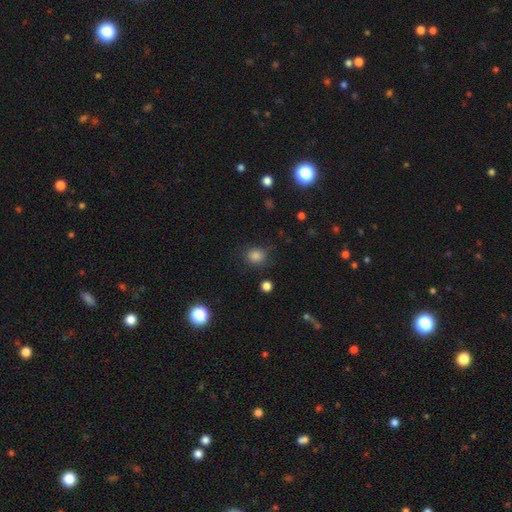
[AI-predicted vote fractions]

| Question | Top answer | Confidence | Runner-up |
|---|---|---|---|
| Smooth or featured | smooth | 82% | star or artifact (14%) |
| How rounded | round | 79% | in between (20%) |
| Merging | none | 82% | minor disturbance (12%) |